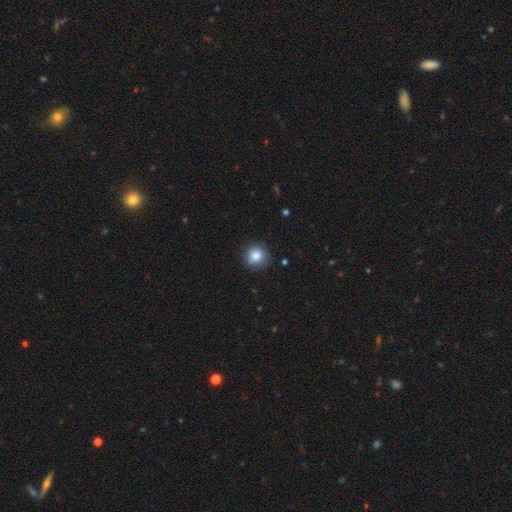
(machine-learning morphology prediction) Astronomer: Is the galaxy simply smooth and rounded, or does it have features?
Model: smooth — 84%.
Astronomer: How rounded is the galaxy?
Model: round — 89%.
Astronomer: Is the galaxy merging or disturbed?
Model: none — 83%.